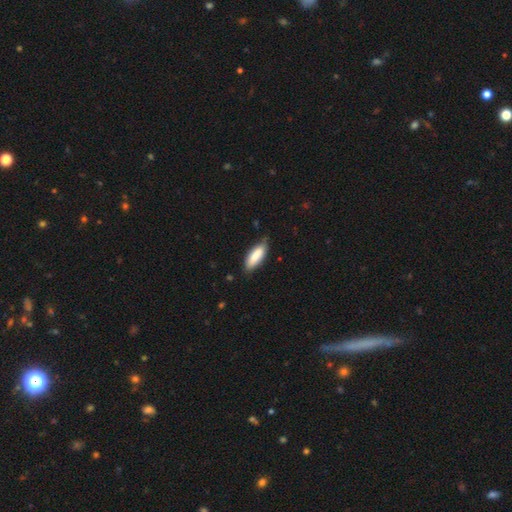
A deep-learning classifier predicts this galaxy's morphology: Overall: smooth (81%). How rounded: in between (67%; cigar-shaped 32%). Merging: none (70%).